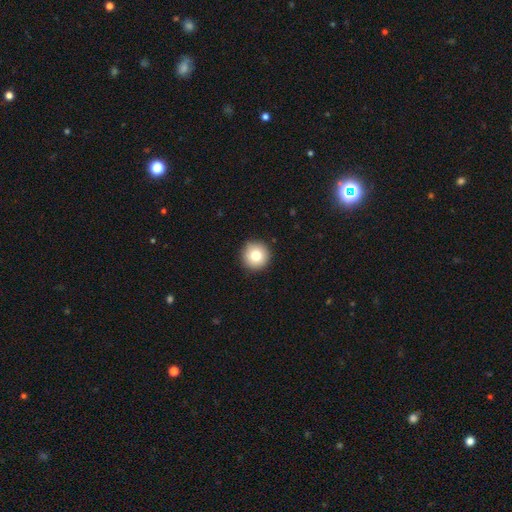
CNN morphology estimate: Smooth or featured?
  - smooth: 80% *
  - featured or disk: 11%
  - star or artifact: 10%
How rounded?
  - round: 96% *
  - in between: 3%
  - cigar-shaped: 1%
Merging?
  - none: 92% *
  - minor disturbance: 5%
  - major disturbance: 2%
  - merger: 1%